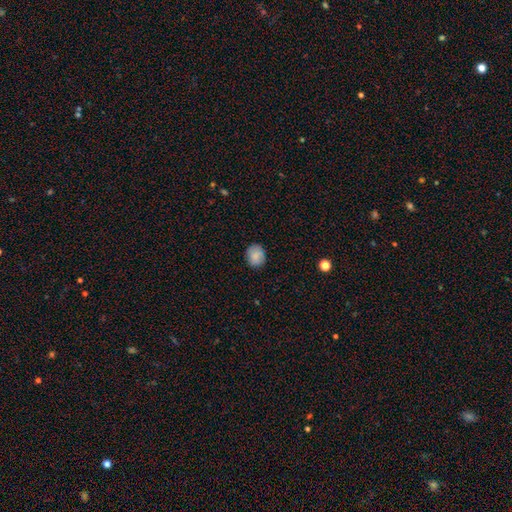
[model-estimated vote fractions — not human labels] This appears to be a smooth galaxy with no disk features (85%) that is round (61%). Merging: none (85%).